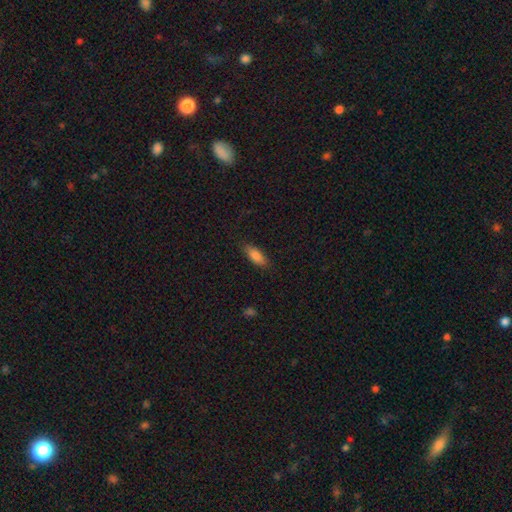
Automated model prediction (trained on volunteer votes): The model was most divided on "how rounded": in between: 70%, cigar-shaped: 28%, round: 2%. More confident: smooth or featured — smooth (84%); merging — none (84%).